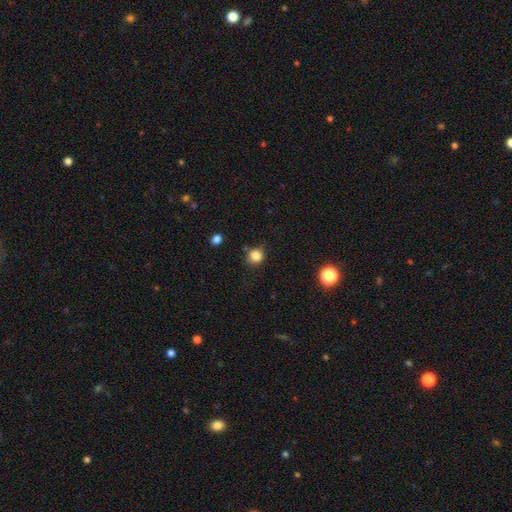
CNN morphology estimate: smooth-or-featured: smooth: 83% | star or artifact: 12% | featured or disk: 5%
  how-rounded: round: 82% | in between: 17% | cigar-shaped: 1%
  merging: none: 74% | minor disturbance: 18% | merger: 5% | major disturbance: 4%